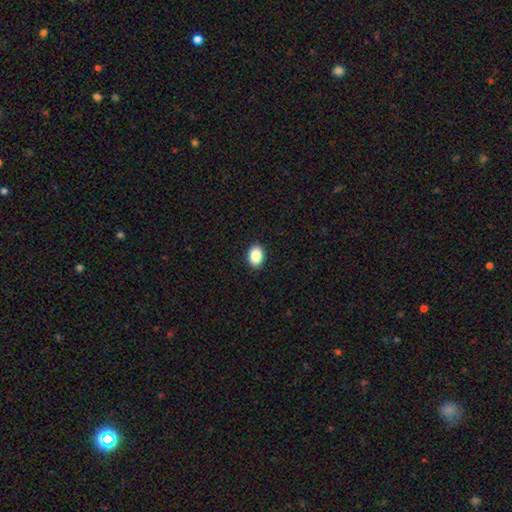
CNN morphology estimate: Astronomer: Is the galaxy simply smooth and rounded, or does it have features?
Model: smooth — 88%.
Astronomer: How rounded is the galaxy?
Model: in between — 79%.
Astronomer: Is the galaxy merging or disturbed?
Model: none — 91%.